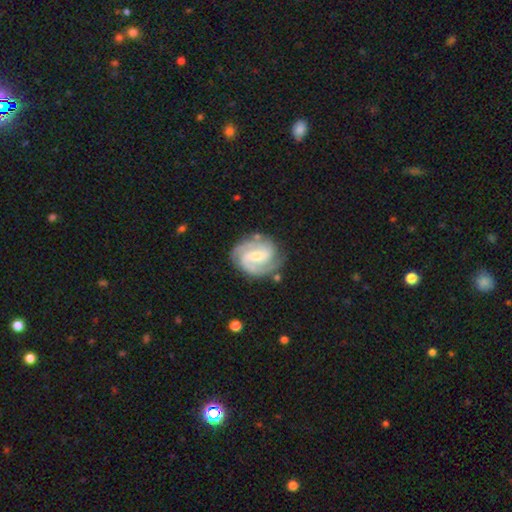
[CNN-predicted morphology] Smooth or featured: featured or disk — 89% (smooth — 7%)
Edge-on disk: no — 98% (yes — 2%)
Bar: weak — 50% (no — 27%)
Spiral arms: yes — 98% (no — 2%)
Spiral winding: tight — 52% (medium — 41%)
Spiral arm count: 2 — 49% (3 — 31%)
Bulge size: small — 57% (moderate — 38%)
Merging: none — 77% (minor disturbance — 16%)